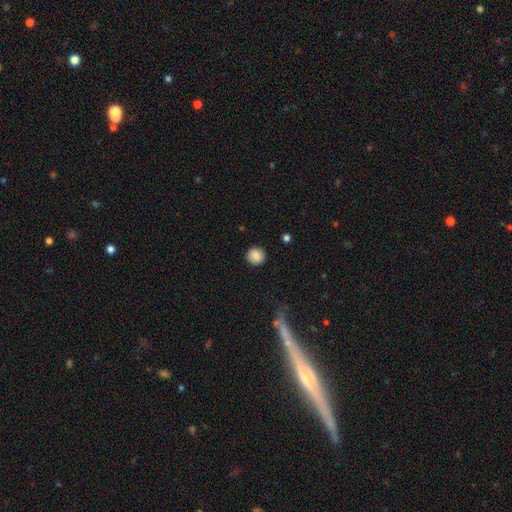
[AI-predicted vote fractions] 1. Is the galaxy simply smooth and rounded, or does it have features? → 87% smooth, 8% star or artifact, 5% featured or disk.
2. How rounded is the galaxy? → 92% round, 7% in between, 1% cigar-shaped.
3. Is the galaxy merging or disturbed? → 90% none, 6% minor disturbance, 2% major disturbance, 1% merger.